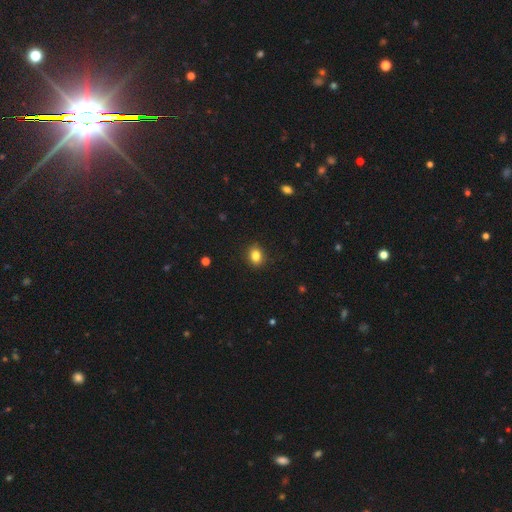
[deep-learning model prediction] This is clearly a smooth galaxy (84%). How rounded: possibly in between (50%). Merging: clearly none (88%).